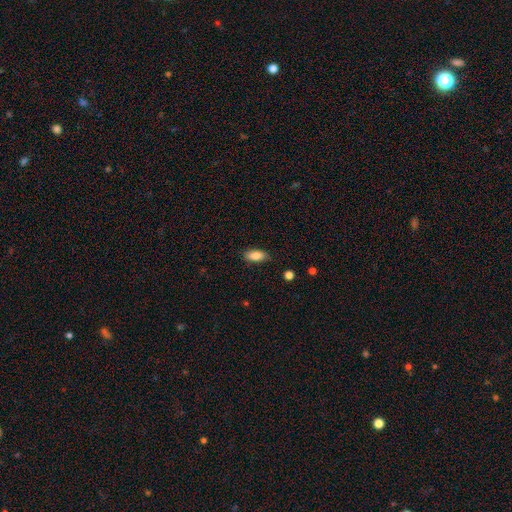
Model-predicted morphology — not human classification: Smooth or featured? Predicted: smooth (p=0.86). How rounded? Predicted: in between (p=0.86). Merging? Predicted: none (p=0.83).